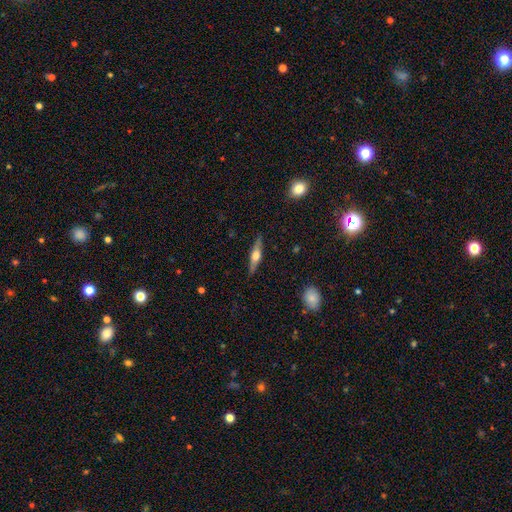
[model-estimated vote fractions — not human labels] featured or disk 61%, smooth 33%, star or artifact 6%. Down the decision tree: edge-on disk — yes (95%); edge-on bulge — rounded (91%); merging — none (88%).